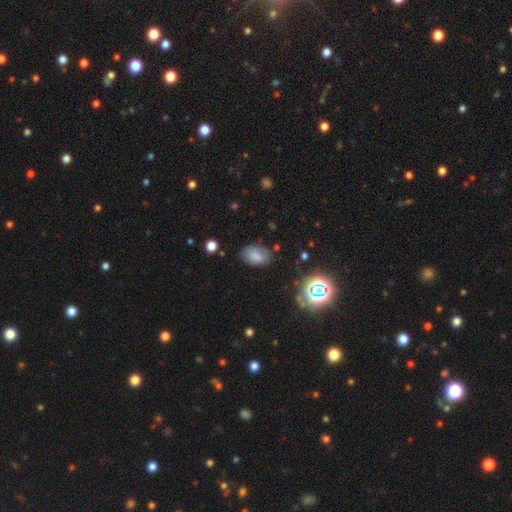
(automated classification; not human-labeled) Overall: smooth (77%). How rounded: in between (88%). Merging: none (77%).